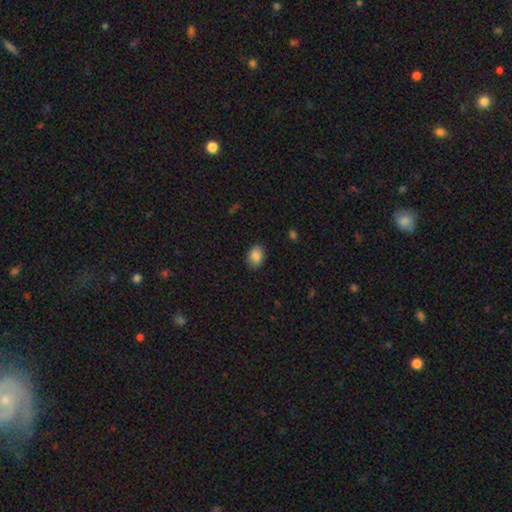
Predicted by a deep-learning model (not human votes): This is clearly a smooth galaxy (87%). How rounded: clearly in between (81%). Merging: clearly none (85%).